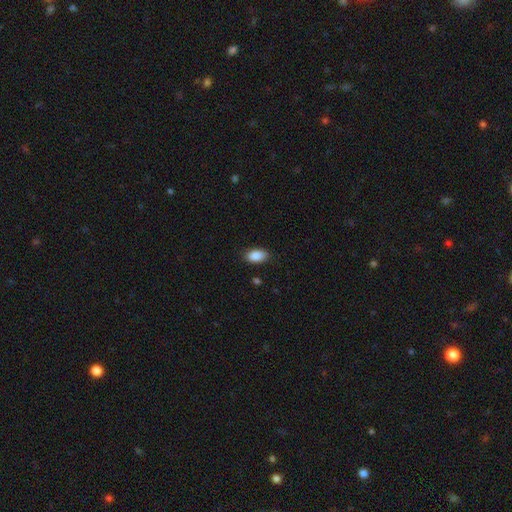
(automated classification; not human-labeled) The model was most divided on "merging": none: 87%, minor disturbance: 10%, major disturbance: 2%, merger: 1%. More confident: how rounded — in between (93%); smooth or featured — smooth (88%).